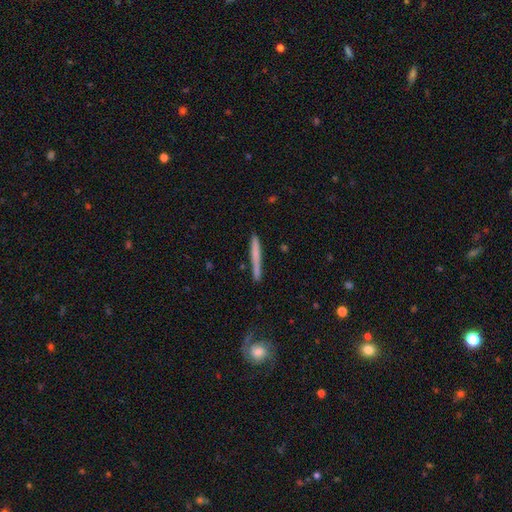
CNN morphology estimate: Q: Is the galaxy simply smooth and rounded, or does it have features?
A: smooth — 53%.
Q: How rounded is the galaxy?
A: cigar-shaped — 96%.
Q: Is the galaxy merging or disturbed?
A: none — 84%.